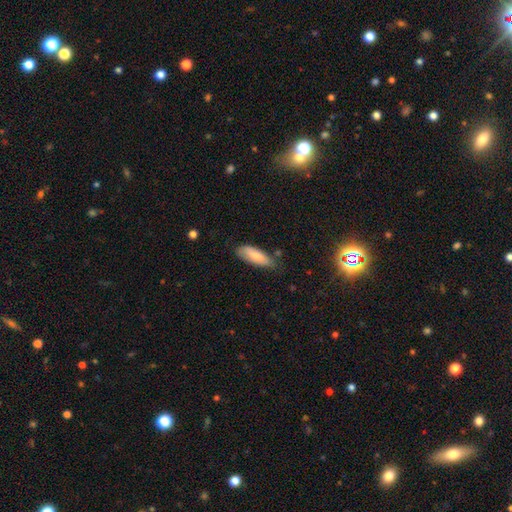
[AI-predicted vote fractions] Smooth or featured? smooth (80%)
How rounded? in between (67%)
Merging? none (66%)